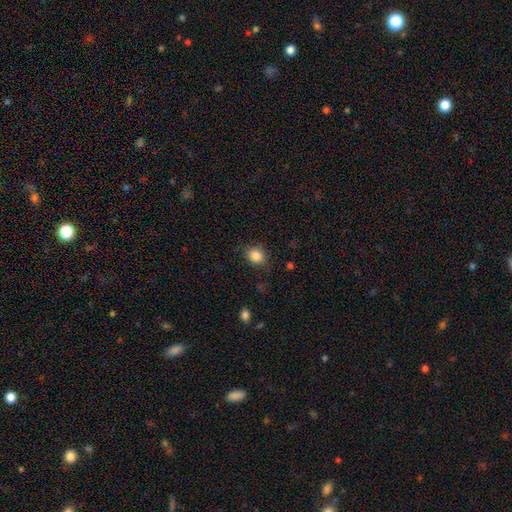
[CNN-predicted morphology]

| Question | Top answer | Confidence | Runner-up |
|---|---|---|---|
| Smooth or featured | smooth | 86% | star or artifact (10%) |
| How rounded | round | 66% | in between (33%) |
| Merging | none | 81% | minor disturbance (13%) |